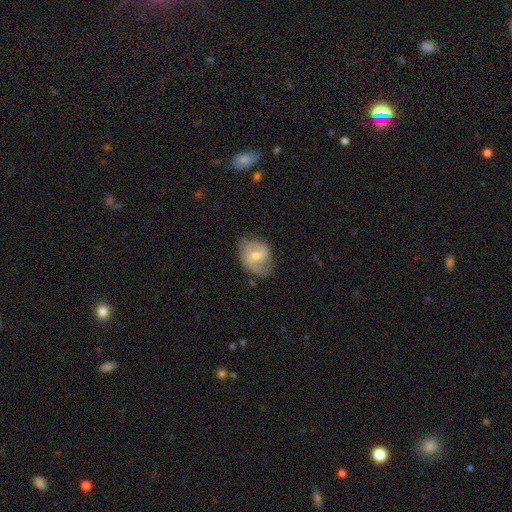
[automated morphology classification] Smooth or featured? Predicted: featured or disk (p=0.70). Edge-on disk? Predicted: no (p=0.97). Bar? Predicted: weak (p=0.53). Spiral arms? Predicted: yes (p=0.88). Spiral winding? Predicted: medium (p=0.47). Spiral arm count? Predicted: 2 (p=0.82). Bulge size? Predicted: moderate (p=0.54). Merging? Predicted: none (p=0.67).